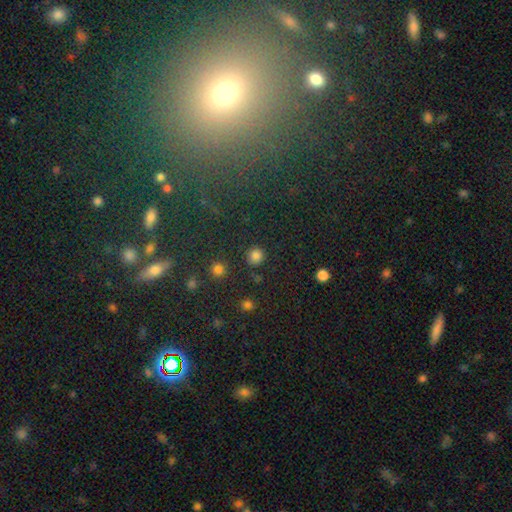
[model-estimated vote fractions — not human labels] smooth-or-featured: smooth: 82% | star or artifact: 15% | featured or disk: 4%
  how-rounded: round: 92% | in between: 7% | cigar-shaped: 1%
  merging: none: 88% | minor disturbance: 7% | major disturbance: 3% | merger: 2%